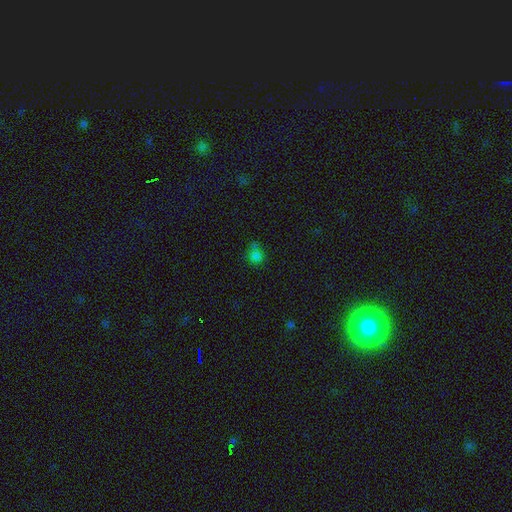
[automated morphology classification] type=smooth (74%); roundness=round (81%); merging=none (51%).